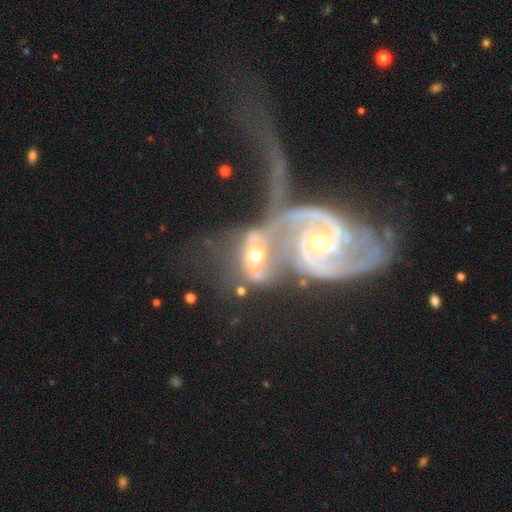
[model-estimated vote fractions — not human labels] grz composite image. It shows a featured or disk galaxy (82%) with no bar (53%), 2 (77%) medium (43%) spiral arms (92%) and a moderate central bulge (59%). Merging: merger (74%).